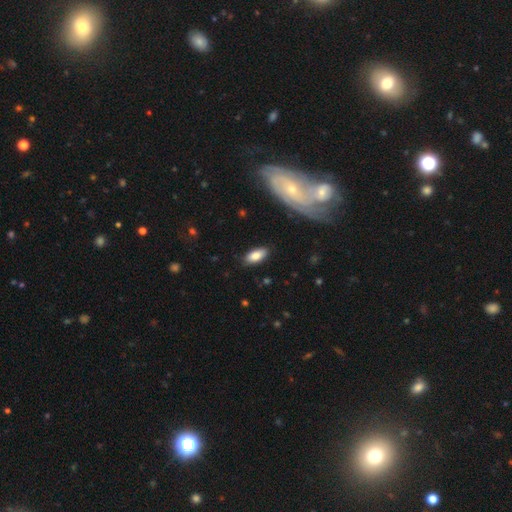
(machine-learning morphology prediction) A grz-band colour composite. It shows a smooth galaxy with no disk features (80%) that is in between round and cigar-shaped (89%). Merging: none (85%).